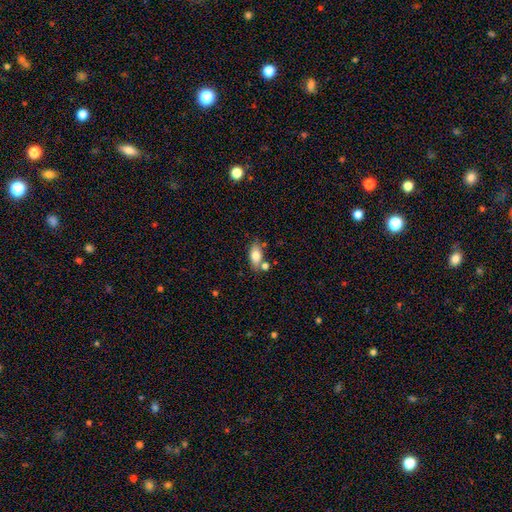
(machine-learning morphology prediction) The model was most divided on "merging": none: 63%, merger: 17%, minor disturbance: 15%, major disturbance: 4%. More confident: how rounded — in between (86%); smooth or featured — smooth (77%).